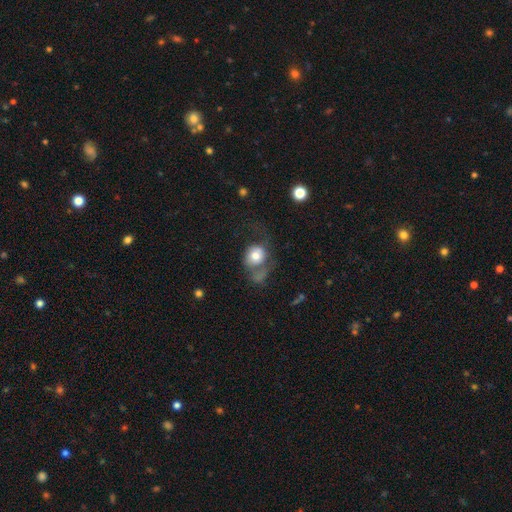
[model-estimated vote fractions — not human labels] Overall: smooth (70%). How rounded: round (66%; in between 33%). Merging: major disturbance (34%; none 28%).